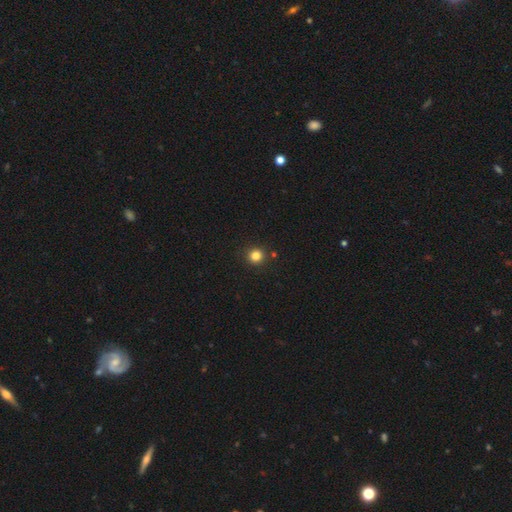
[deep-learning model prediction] Morphology: type=smooth (82%); roundness=round (93%); merging=none (90%).